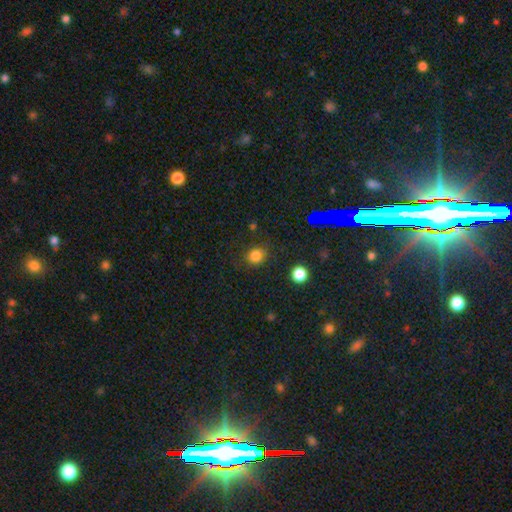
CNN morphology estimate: Smooth or featured? Predicted: smooth (p=0.80). How rounded? Predicted: round (p=0.80). Merging? Predicted: none (p=0.81).